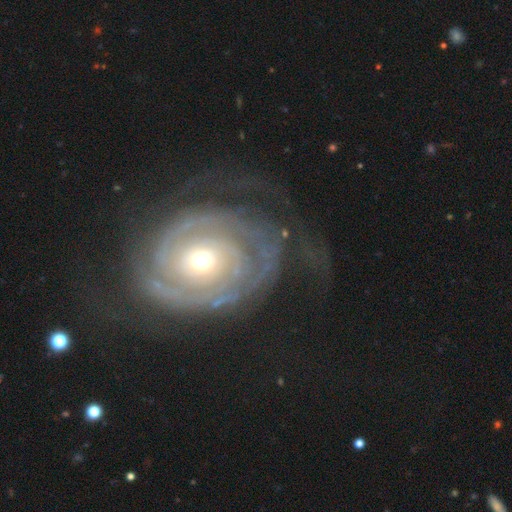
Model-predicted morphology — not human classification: smooth_or_featured: featured or disk (p=0.88) [alt: smooth p=0.07]
disk_edge_on: no (p=0.97) [alt: yes p=0.03]
bar: no (p=0.80) [alt: weak p=0.15]
has_spiral_arms: yes (p=0.95) [alt: no p=0.05]
spiral_winding: tight (p=0.79) [alt: medium p=0.16]
spiral_arm_count: 2 (p=0.36) [alt: can't tell p=0.28]
bulge_size: moderate (p=0.56) [alt: small p=0.39]
merging: none (p=0.62) [alt: major disturbance p=0.18]